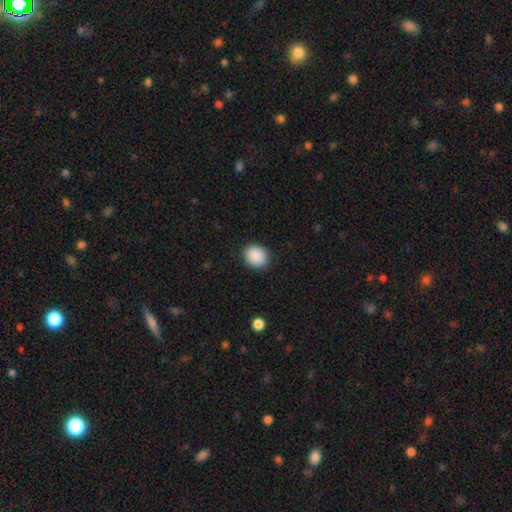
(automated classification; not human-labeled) This is clearly a smooth galaxy (90%). How rounded: likely round (77%). Merging: clearly none (90%).